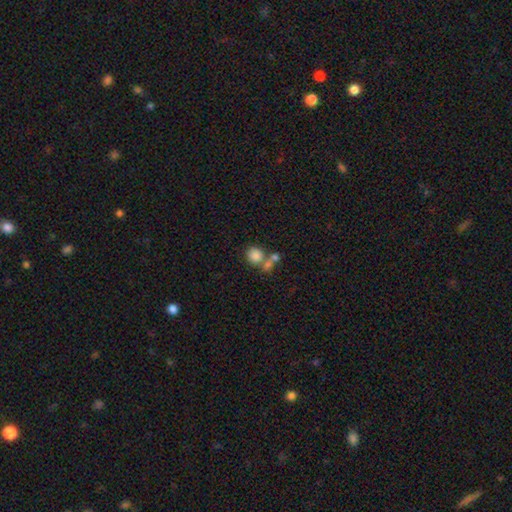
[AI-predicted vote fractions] A smooth galaxy with no disk features (80%) that is round (82%).

Vote fractions:
- Smooth or featured? smooth: 80% / star or artifact: 11% / featured or disk: 9%
- How rounded? round: 82% / in between: 17% / cigar-shaped: 1%
- Merging? none: 47% / merger: 39% / minor disturbance: 9% / major disturbance: 5%